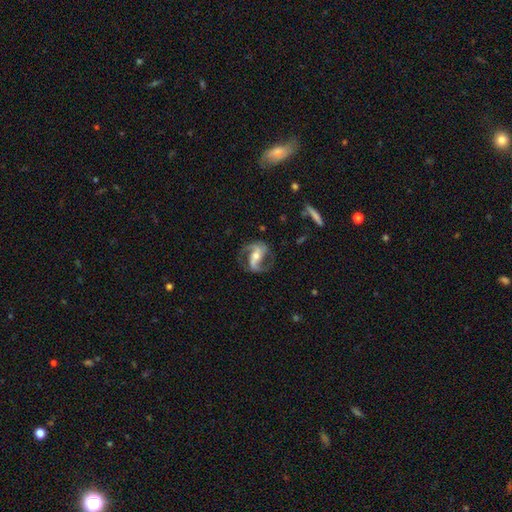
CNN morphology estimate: The model was most divided on "bar": strong: 46%, weak: 34%, no: 20%. More confident: spiral arms — yes (97%); edge-on disk — no (97%); spiral arm count — 2 (90%); smooth or featured — featured or disk (89%); merging — none (73%); bulge size — moderate (55%); spiral winding — medium (52%).